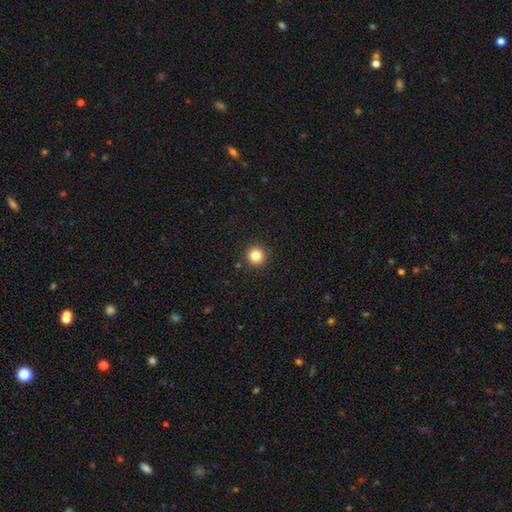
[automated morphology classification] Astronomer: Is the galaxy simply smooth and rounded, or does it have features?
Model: smooth — 84%.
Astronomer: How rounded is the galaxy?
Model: round — 95%.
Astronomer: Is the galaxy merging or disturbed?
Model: none — 92%.